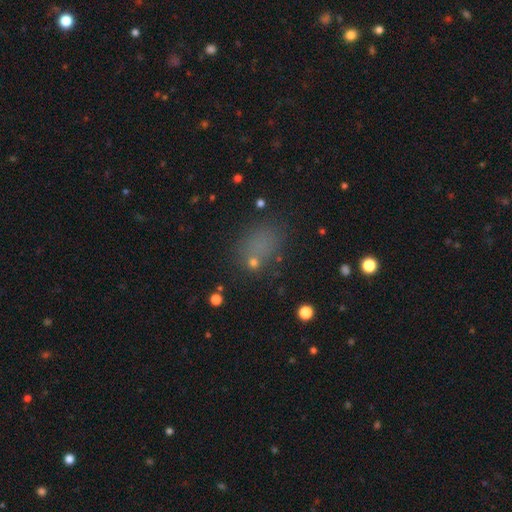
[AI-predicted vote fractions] Overall: smooth (60%; star or artifact 31%). How rounded: in between (58%; round 39%). Merging: none (68%).